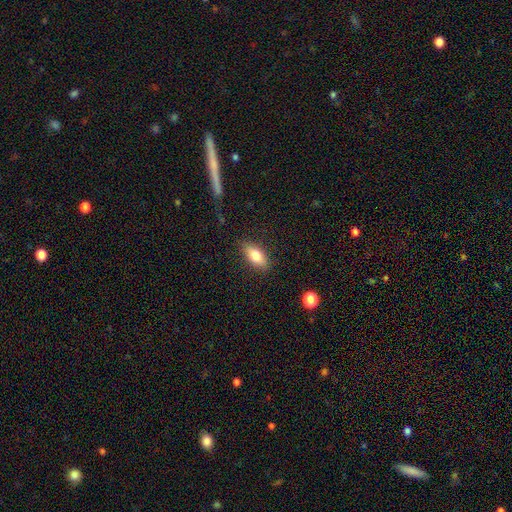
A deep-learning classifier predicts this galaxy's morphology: Smooth or featured: smooth — 75% (featured or disk — 17%)
How rounded: in between — 81% (cigar-shaped — 15%)
Merging: none — 85% (minor disturbance — 11%)